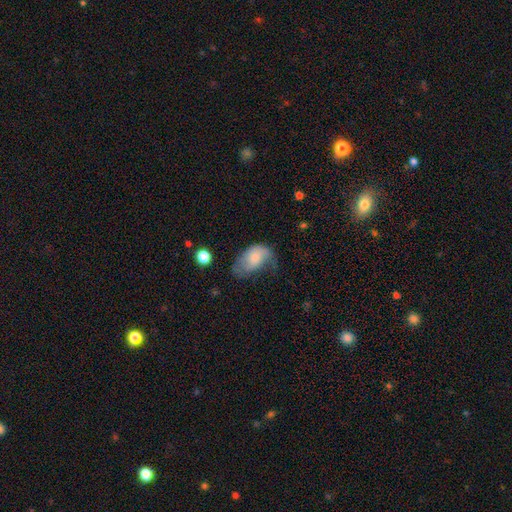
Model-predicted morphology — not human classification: This is likely a smooth galaxy (63%). How rounded: clearly in between (90%). Merging: marginally minor disturbance (35%).